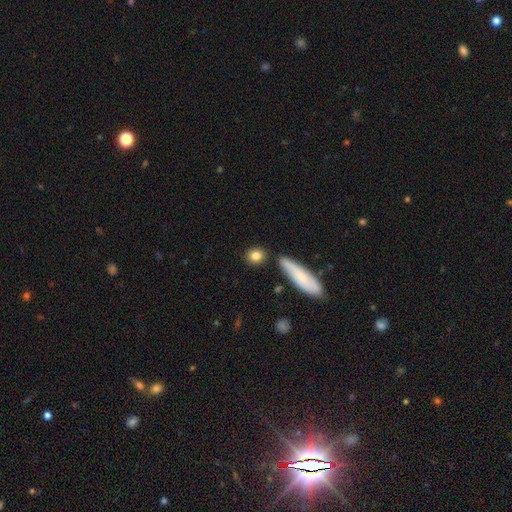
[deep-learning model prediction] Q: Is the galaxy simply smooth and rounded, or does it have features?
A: smooth — 83%.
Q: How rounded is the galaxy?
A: round — 59%.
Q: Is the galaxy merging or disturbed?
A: none — 83%.